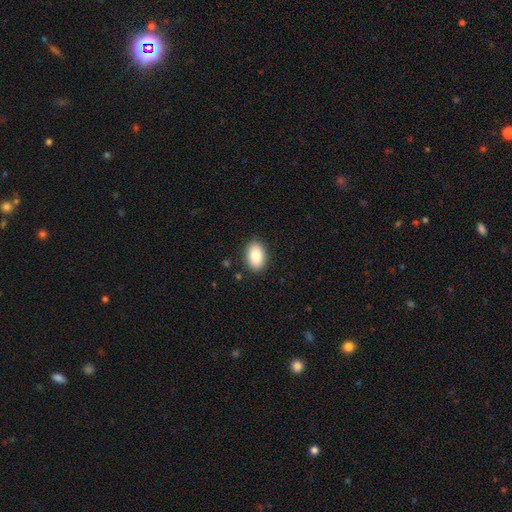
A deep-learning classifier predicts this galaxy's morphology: Smooth or featured?
  - smooth: 84% *
  - featured or disk: 9%
  - star or artifact: 7%
How rounded?
  - in between: 87% *
  - round: 12%
  - cigar-shaped: 1%
Merging?
  - none: 88% *
  - minor disturbance: 8%
  - major disturbance: 2%
  - merger: 1%